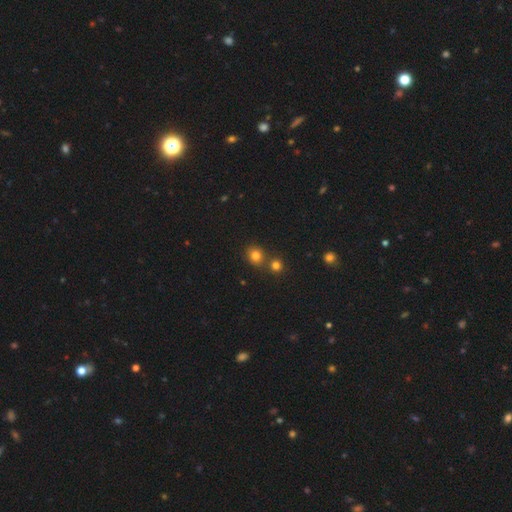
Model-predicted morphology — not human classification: The model was most divided on "merging": none: 65%, merger: 25%, minor disturbance: 8%, major disturbance: 2%. More confident: how rounded — round (80%); smooth or featured — smooth (78%).